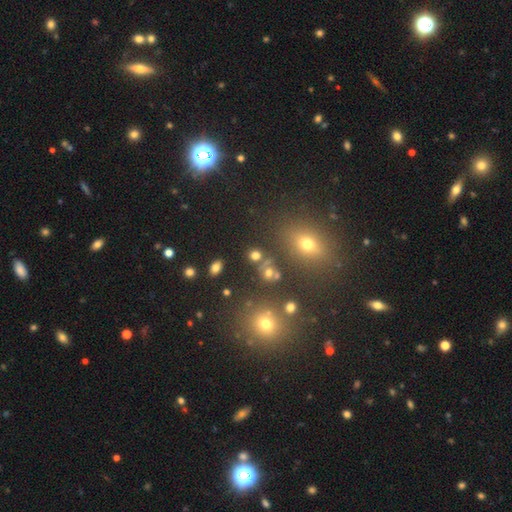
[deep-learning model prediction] smooth_or_featured: smooth (p=0.68) [alt: star or artifact p=0.22]
how_rounded: round (p=0.66) [alt: in between p=0.32]
merging: none (p=0.71) [alt: merger p=0.14]